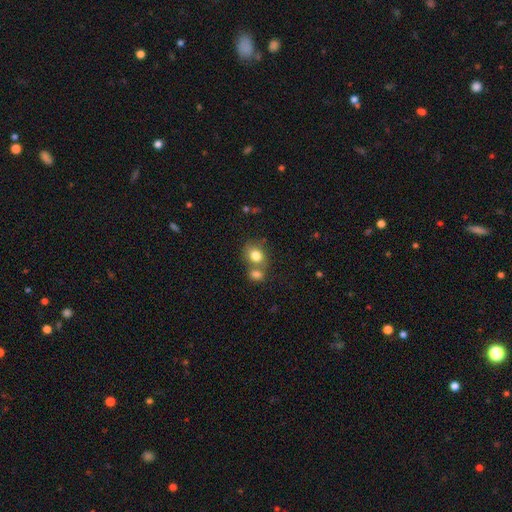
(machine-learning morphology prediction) This is likely a smooth galaxy (79%). How rounded: possibly round (51%). Merging: marginally none (44%).